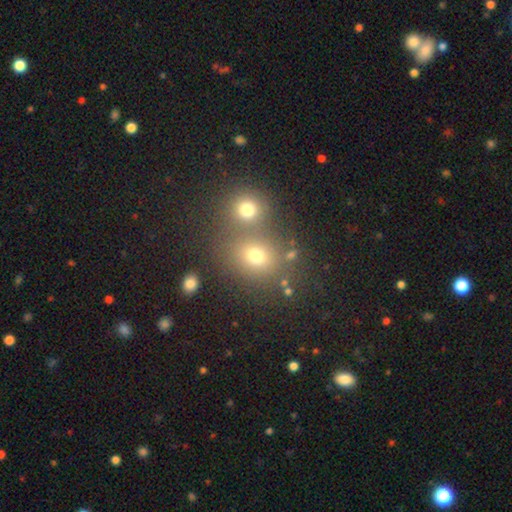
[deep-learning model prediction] Q: Smooth or featured?
A: smooth (70%); runner-up: star or artifact (20%)
Q: How rounded?
A: round (72%); runner-up: in between (27%)
Q: Merging?
A: none (55%); runner-up: merger (33%)